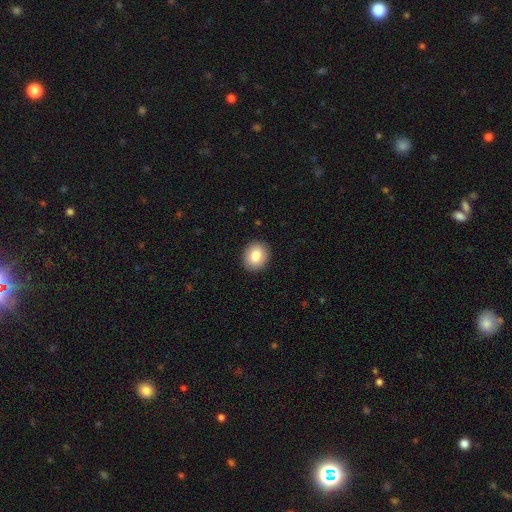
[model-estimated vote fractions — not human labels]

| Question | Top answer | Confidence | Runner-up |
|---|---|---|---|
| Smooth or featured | smooth | 82% | featured or disk (10%) |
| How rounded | round | 63% | in between (36%) |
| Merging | none | 90% | minor disturbance (7%) |